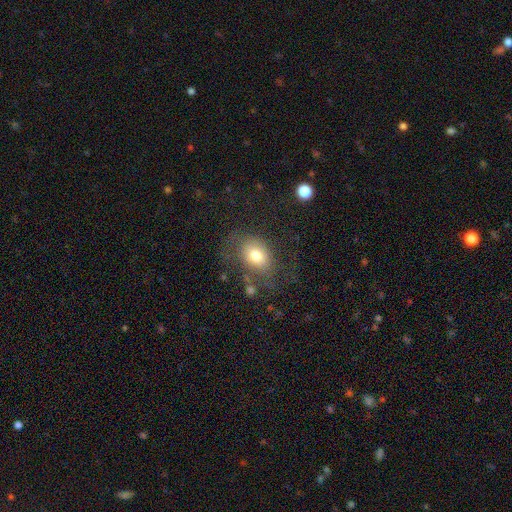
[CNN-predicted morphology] A smooth galaxy with no disk features (72%) that is in between round and cigar-shaped (72%). Merging: none (56%).